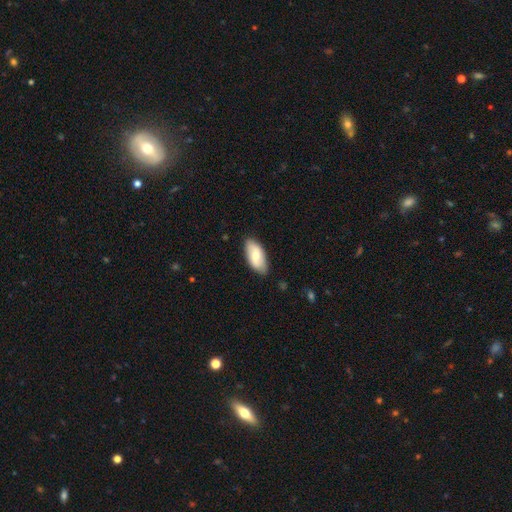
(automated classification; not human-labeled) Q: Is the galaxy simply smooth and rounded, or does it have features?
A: smooth — 69%.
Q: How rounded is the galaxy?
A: in between — 91%.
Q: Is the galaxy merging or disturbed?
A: none — 83%.